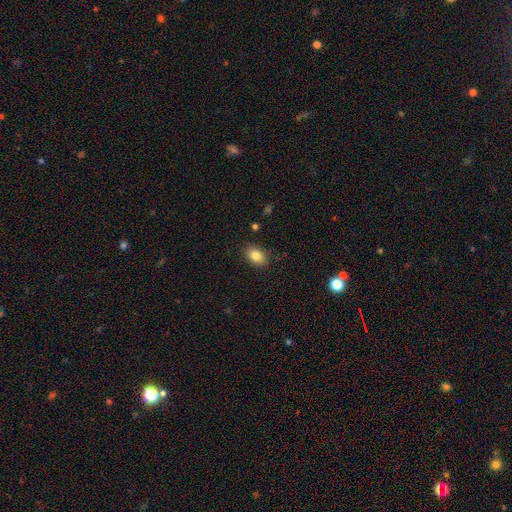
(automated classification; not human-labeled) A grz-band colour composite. It shows a smooth galaxy with no disk features (84%) that is in between round and cigar-shaped (82%). Merging: none (87%).